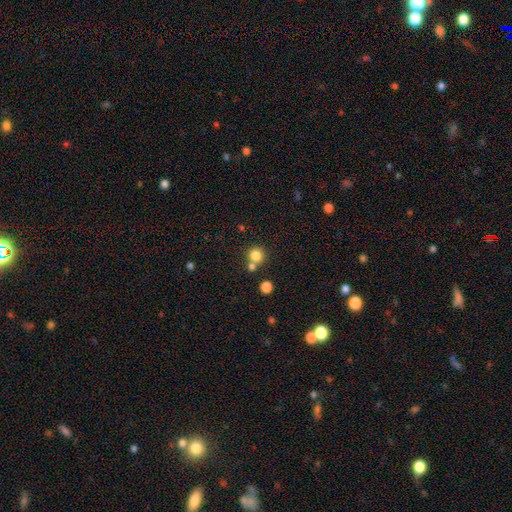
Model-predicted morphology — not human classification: A smooth galaxy with no disk features (81%) that is round (91%). Merging: none (62%).